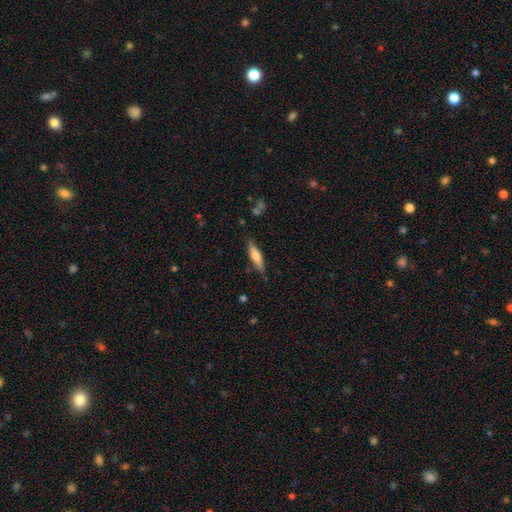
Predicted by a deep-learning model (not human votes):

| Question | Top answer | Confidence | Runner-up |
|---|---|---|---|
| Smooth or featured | smooth | 61% | featured or disk (33%) |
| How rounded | cigar-shaped | 72% | in between (26%) |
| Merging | none | 76% | minor disturbance (18%) |